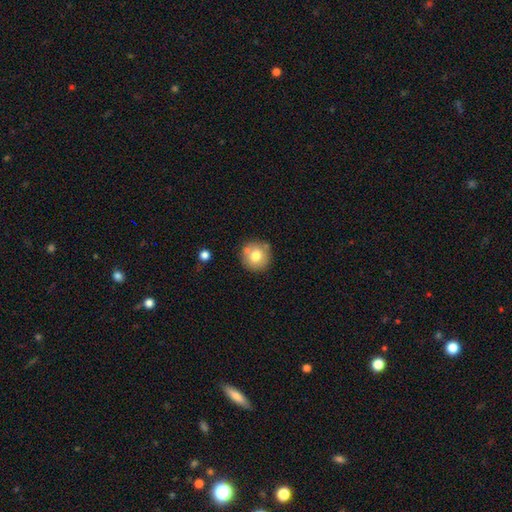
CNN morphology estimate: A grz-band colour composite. It shows a smooth galaxy with no disk features (74%) that is round (93%). Merging: none (76%).